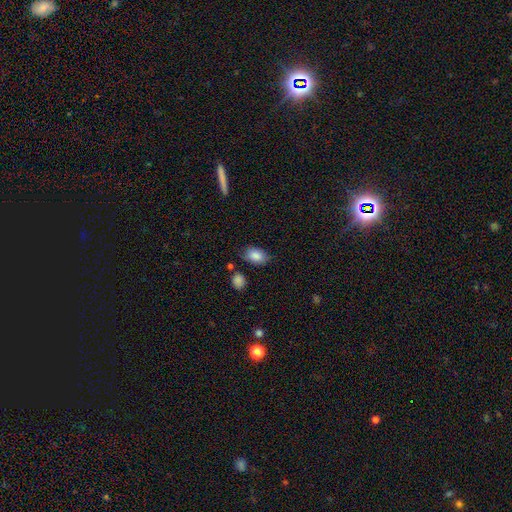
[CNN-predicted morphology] This appears to be a smooth galaxy with no disk features (85%) that is in between round and cigar-shaped (86%). Merging: none (74%).